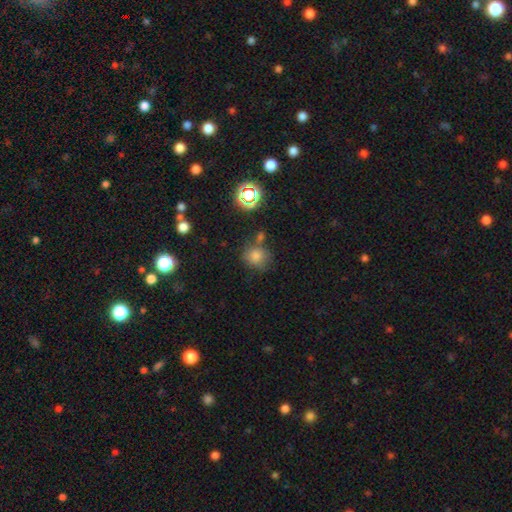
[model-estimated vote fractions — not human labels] The model was most divided on "merging": none: 65%, minor disturbance: 15%, merger: 15%, major disturbance: 5%. More confident: how rounded — round (81%); smooth or featured — smooth (74%).